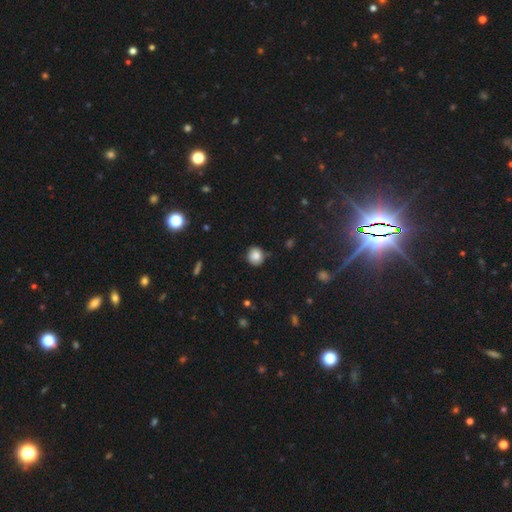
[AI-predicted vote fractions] Overall: smooth (85%). How rounded: round (85%). Merging: none (77%).